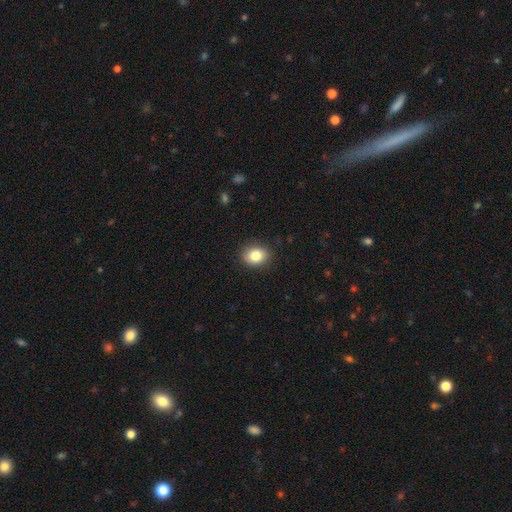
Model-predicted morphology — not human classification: Smooth or featured? smooth (83%)
How rounded? round (61%)
Merging? none (88%)